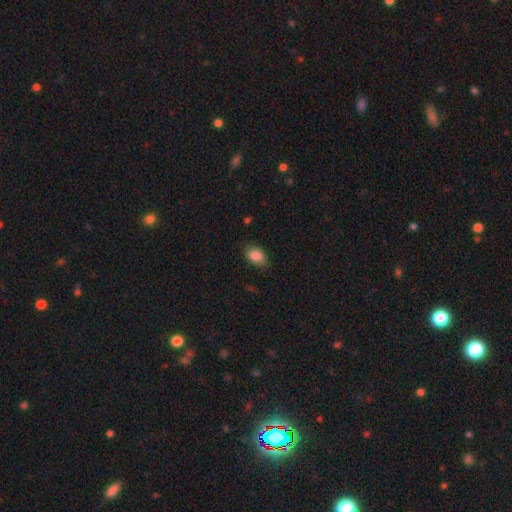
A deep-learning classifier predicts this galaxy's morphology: type=smooth (86%); roundness=in between (86%); merging=none (80%).